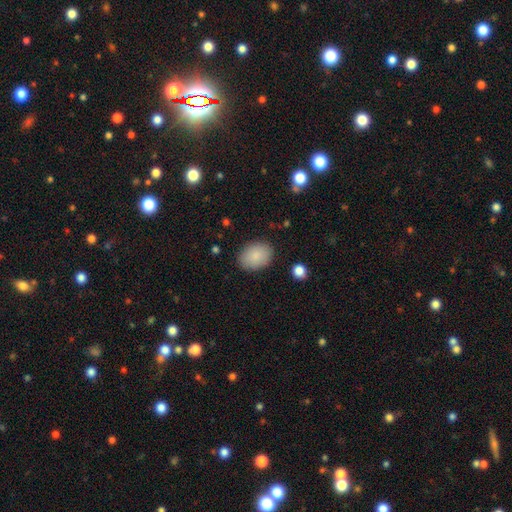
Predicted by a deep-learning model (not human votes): Smooth or featured?
  - smooth: 88% *
  - star or artifact: 7%
  - featured or disk: 5%
How rounded?
  - in between: 75% *
  - round: 24%
  - cigar-shaped: 1%
Merging?
  - none: 86% *
  - minor disturbance: 10%
  - major disturbance: 3%
  - merger: 1%